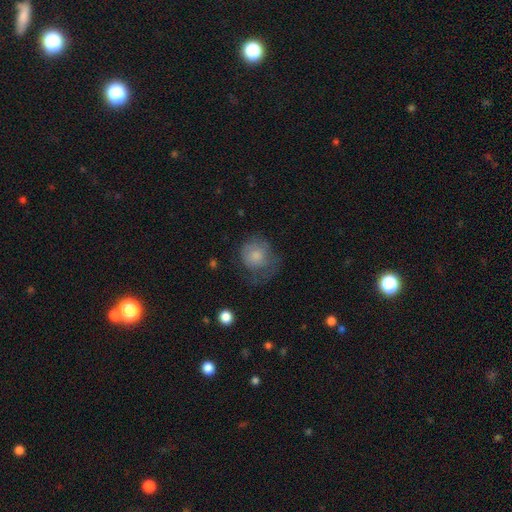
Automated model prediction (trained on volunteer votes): Smooth or featured?
  - smooth: 72% *
  - featured or disk: 20%
  - star or artifact: 8%
How rounded?
  - round: 79% *
  - in between: 20%
  - cigar-shaped: 1%
Merging?
  - none: 36% *
  - major disturbance: 33%
  - minor disturbance: 28%
  - merger: 2%